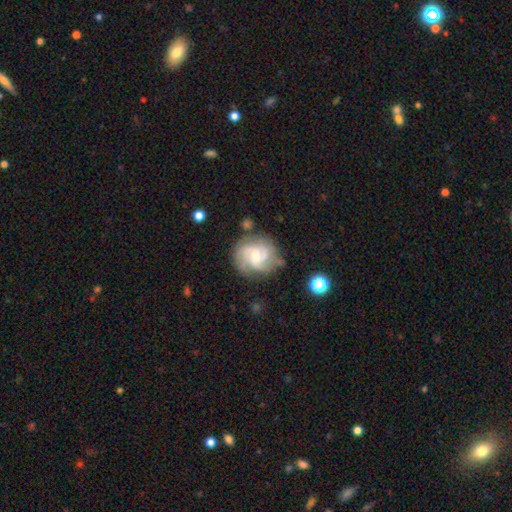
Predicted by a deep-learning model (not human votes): Smooth or featured? featured or disk (80%)
Edge-on disk? no (98%)
Bar? no (52%)
Spiral arms? yes (94%)
Spiral winding? medium (47%)
Spiral arm count? 2 (47%)
Bulge size? small (53%)
Merging? none (66%)